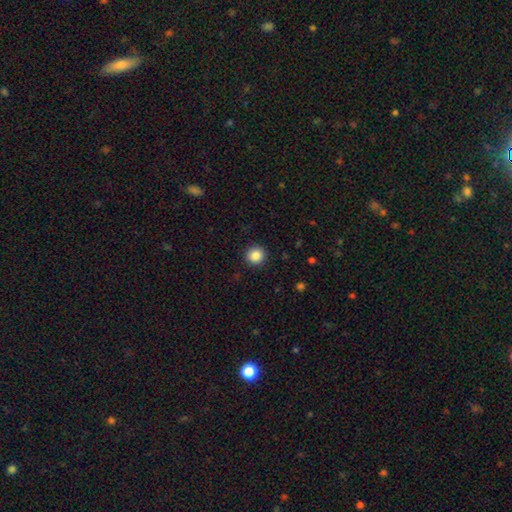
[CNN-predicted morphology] smooth_or_featured: smooth (p=0.87) [alt: star or artifact p=0.10]
how_rounded: round (p=0.93) [alt: in between p=0.06]
merging: none (p=0.92) [alt: minor disturbance p=0.05]